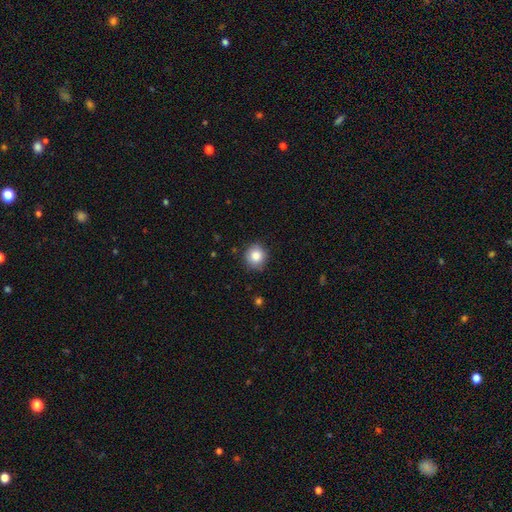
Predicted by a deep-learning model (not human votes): Smooth or featured?
  - smooth: 86% *
  - star or artifact: 9%
  - featured or disk: 6%
How rounded?
  - round: 90% *
  - in between: 9%
  - cigar-shaped: 1%
Merging?
  - none: 85% *
  - minor disturbance: 11%
  - major disturbance: 2%
  - merger: 1%